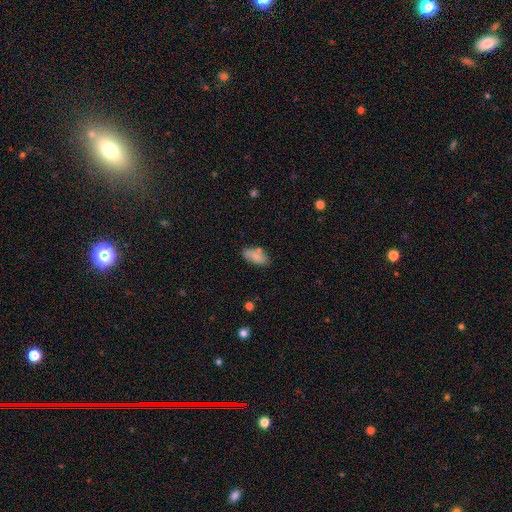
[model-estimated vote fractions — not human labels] smooth-or-featured: smooth: 82% | featured or disk: 11% | star or artifact: 8%
  how-rounded: in between: 91% | cigar-shaped: 6% | round: 3%
  merging: none: 68% | minor disturbance: 19% | merger: 9% | major disturbance: 5%